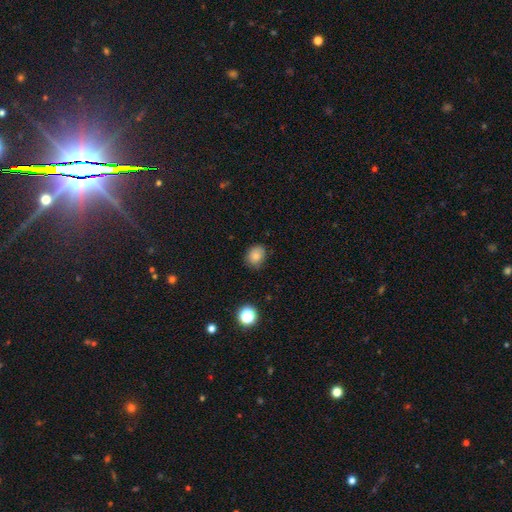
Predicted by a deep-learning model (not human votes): A smooth galaxy with no disk features (82%) that is round (58%). Merging: none (78%).